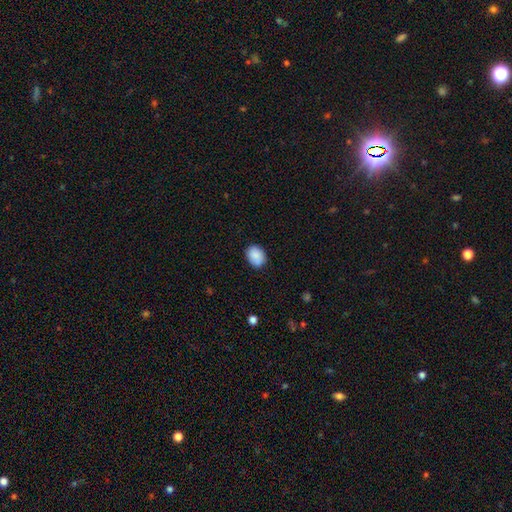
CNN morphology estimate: Smooth or featured? Predicted: smooth (p=0.88). How rounded? Predicted: in between (p=0.58). Merging? Predicted: none (p=0.82).